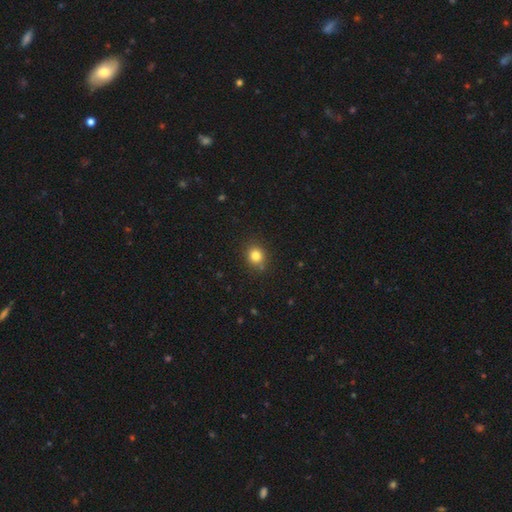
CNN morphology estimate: The model was most divided on "how rounded": round: 81%, in between: 18%, cigar-shaped: 1%. More confident: merging — none (84%); smooth or featured — smooth (81%).